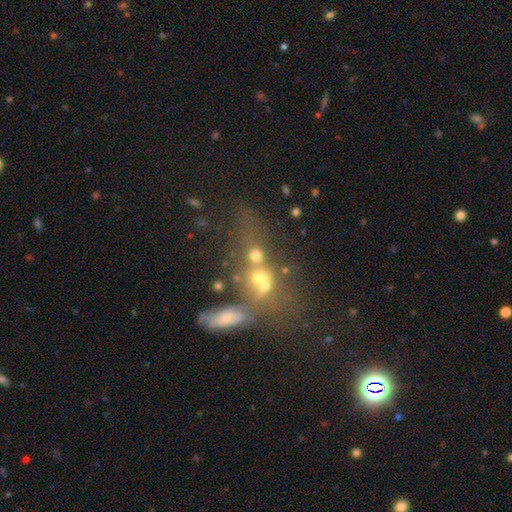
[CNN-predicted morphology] Smooth or featured? Predicted: smooth (p=0.60). How rounded? Predicted: round (p=0.67). Merging? Predicted: merger (p=0.47).